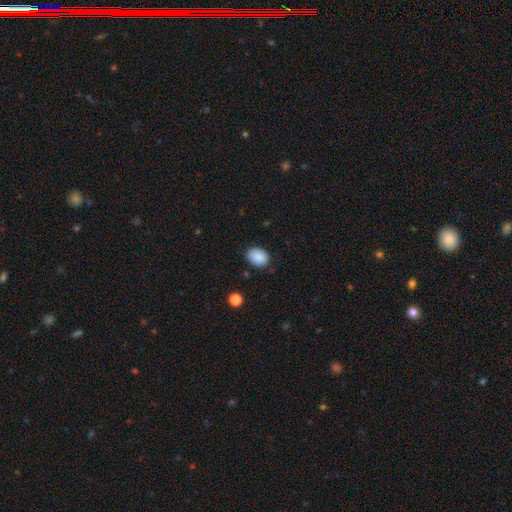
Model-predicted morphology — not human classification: A smooth galaxy with no disk features (89%) that is in between round and cigar-shaped (72%). Merging: none (82%).